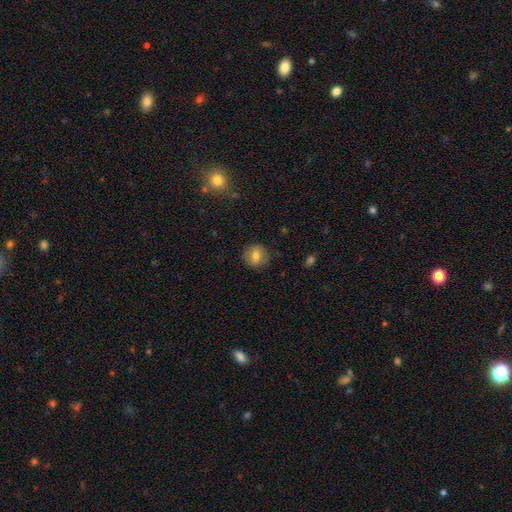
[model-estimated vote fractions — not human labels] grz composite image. It shows a smooth galaxy with no disk features (73%) that is round (87%). Merging: none (87%).